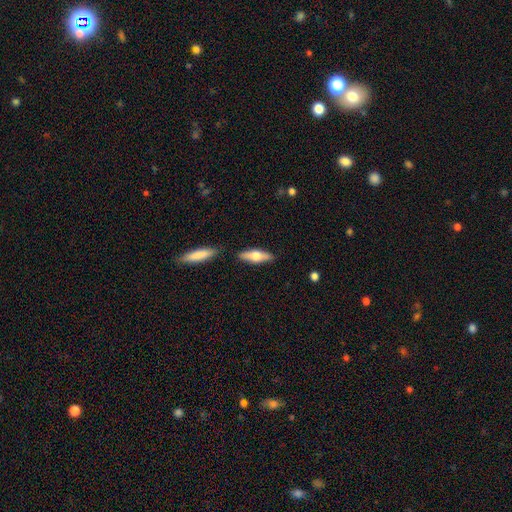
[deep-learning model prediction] The model was most divided on "how rounded": cigar-shaped: 51%, in between: 47%, round: 2%. More confident: merging — none (82%); smooth or featured — smooth (54%).